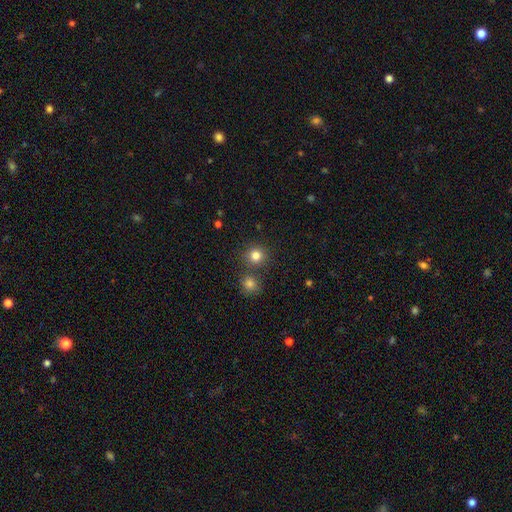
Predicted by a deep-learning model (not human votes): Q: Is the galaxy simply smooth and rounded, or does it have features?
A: smooth — 81%.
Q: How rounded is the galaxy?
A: round — 90%.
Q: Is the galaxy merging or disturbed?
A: none — 75%.